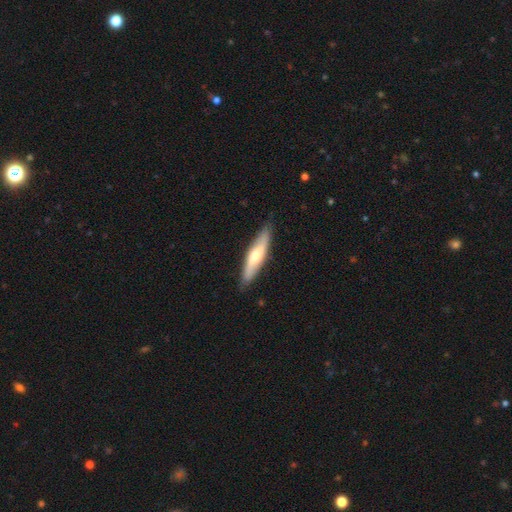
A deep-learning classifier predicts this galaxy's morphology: This is possibly a smooth galaxy (51%). How rounded: likely cigar-shaped (76%). Merging: clearly none (83%).